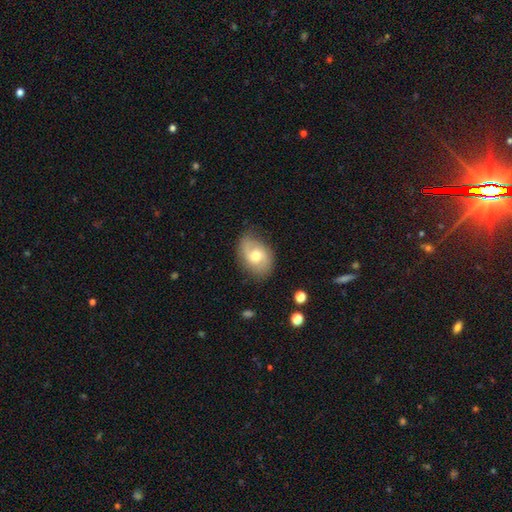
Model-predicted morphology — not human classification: A featured or disk galaxy (53%) with no bar (65%), spiral arms (79%) and a moderate central bulge (74%).

Vote fractions:
- Smooth or featured? featured or disk: 53% / smooth: 40% / star or artifact: 7%
- Edge-on disk? no: 96% / yes: 4%
- Bar? no: 65% / weak: 30% / strong: 5%
- Spiral arms? yes: 79% / no: 21%
- Bulge size? moderate: 74% / small: 18% / large: 7% / none: 1% / dominant: 1%
- Merging? none: 71% / minor disturbance: 21% / major disturbance: 6% / merger: 1%